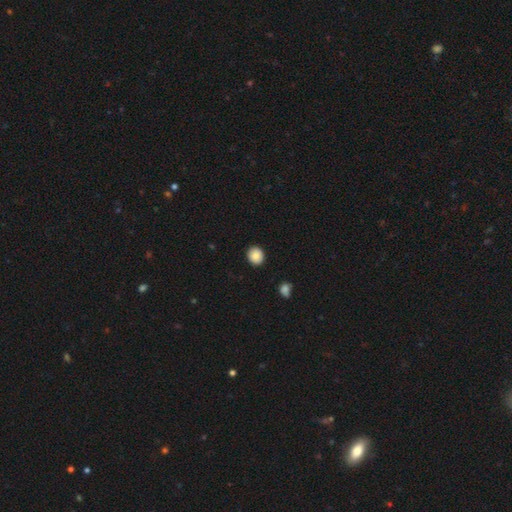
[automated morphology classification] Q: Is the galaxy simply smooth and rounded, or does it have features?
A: smooth — 87%.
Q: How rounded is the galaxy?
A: round — 81%.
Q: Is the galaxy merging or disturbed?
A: none — 91%.